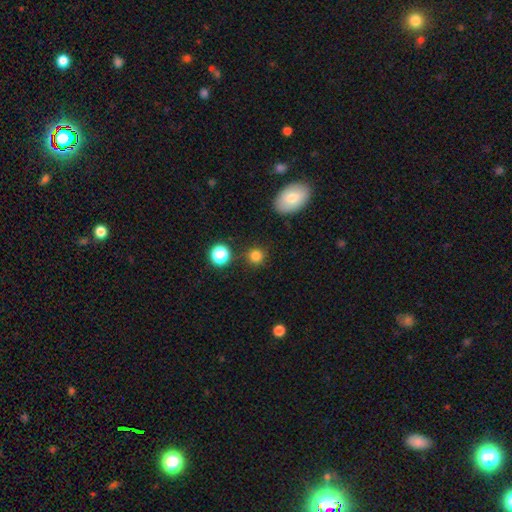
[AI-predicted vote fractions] smooth 81%, star or artifact 15%, featured or disk 5%. Down the decision tree: how rounded — round (91%); merging — none (85%).